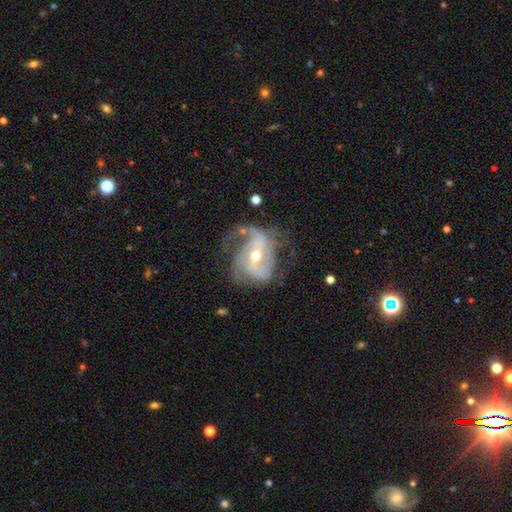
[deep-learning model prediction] Smooth or featured? Predicted: featured or disk (p=0.87). Edge-on disk? Predicted: no (p=0.97). Bar? Predicted: weak (p=0.40). Spiral arms? Predicted: yes (p=0.95). Spiral winding? Predicted: medium (p=0.45). Spiral arm count? Predicted: 2 (p=0.54). Bulge size? Predicted: moderate (p=0.49). Merging? Predicted: none (p=0.51).